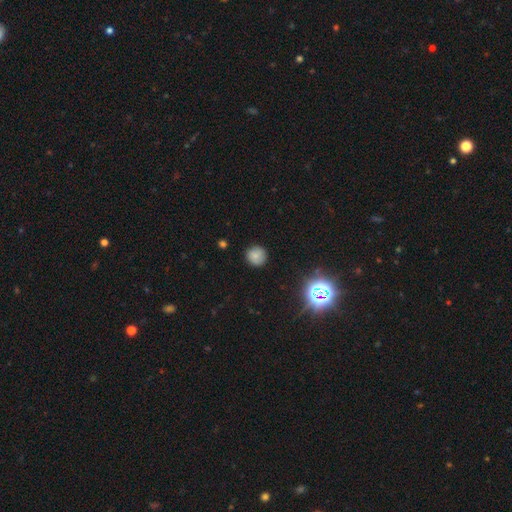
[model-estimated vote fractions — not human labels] This is likely a smooth galaxy (76%). How rounded: clearly round (93%). Merging: clearly none (86%).